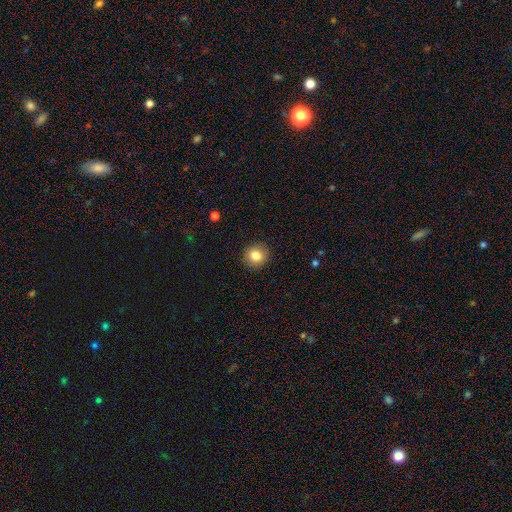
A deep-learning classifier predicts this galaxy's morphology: A smooth galaxy with no disk features (83%) that is round (90%).

Vote fractions:
- Smooth or featured? smooth: 83% / star or artifact: 10% / featured or disk: 7%
- How rounded? round: 90% / in between: 9% / cigar-shaped: 1%
- Merging? none: 91% / minor disturbance: 6% / major disturbance: 2% / merger: 1%